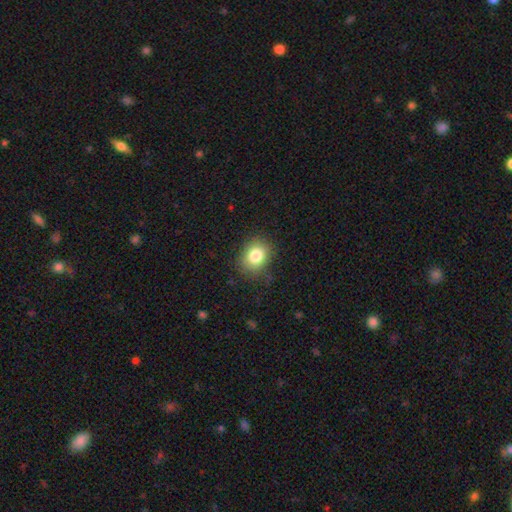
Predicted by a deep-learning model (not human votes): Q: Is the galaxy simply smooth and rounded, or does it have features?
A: smooth — 83%.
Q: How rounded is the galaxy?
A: round — 57%.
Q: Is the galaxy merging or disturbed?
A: none — 81%.